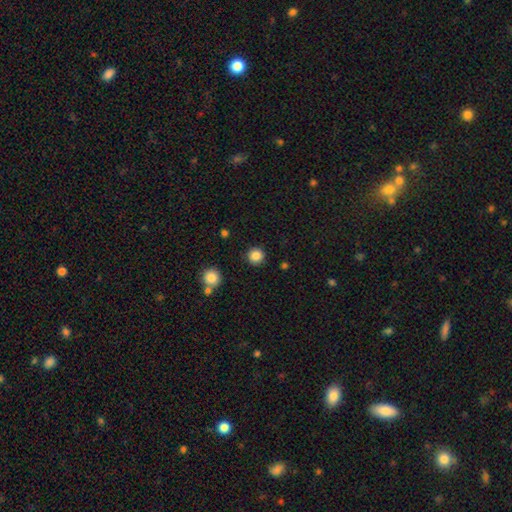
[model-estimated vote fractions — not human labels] Overall: smooth (85%). How rounded: round (95%). Merging: none (91%).